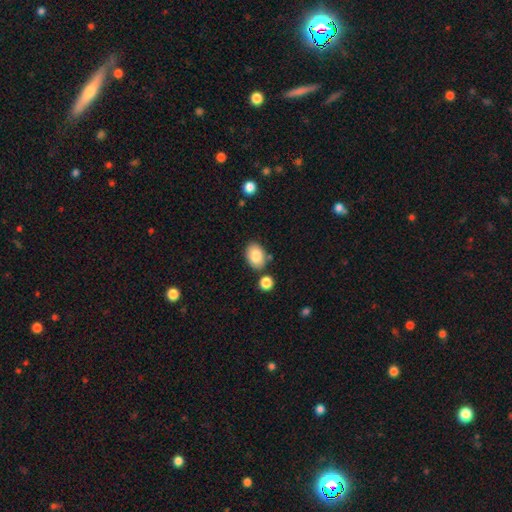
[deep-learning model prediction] smooth_or_featured: smooth (p=0.85) [alt: featured or disk p=0.07]
how_rounded: in between (p=0.82) [alt: round p=0.17]
merging: none (p=0.77) [alt: minor disturbance p=0.12]